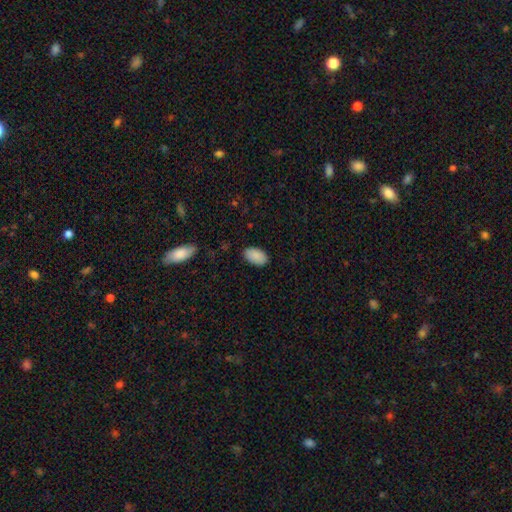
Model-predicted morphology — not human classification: type=smooth (90%); roundness=in between (95%); merging=none (87%).